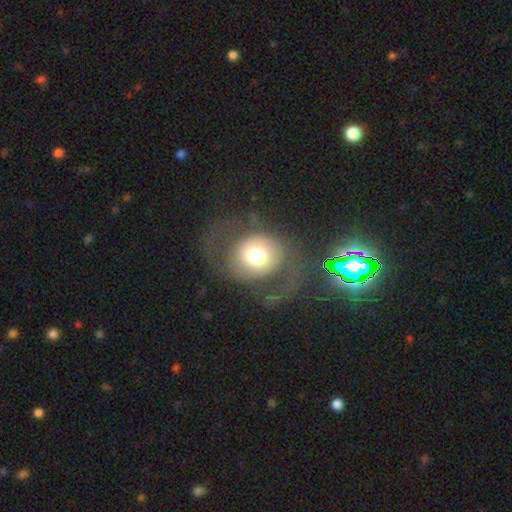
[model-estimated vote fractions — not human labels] Smooth or featured: smooth — 51% (featured or disk — 39%)
How rounded: round — 73% (in between — 26%)
Merging: none — 46% (major disturbance — 35%)